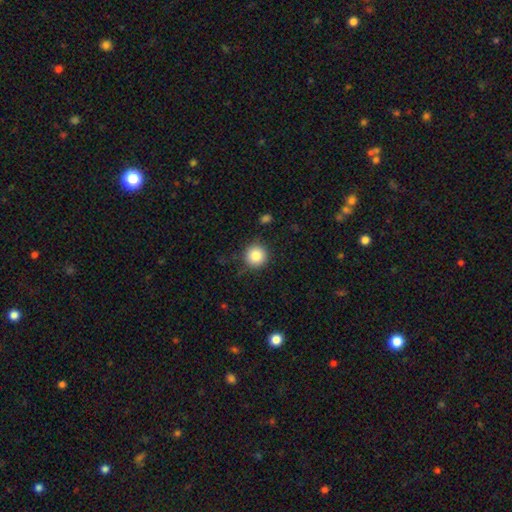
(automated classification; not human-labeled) Smooth or featured: smooth — 85% (star or artifact — 10%)
How rounded: round — 95% (in between — 4%)
Merging: none — 85% (minor disturbance — 10%)